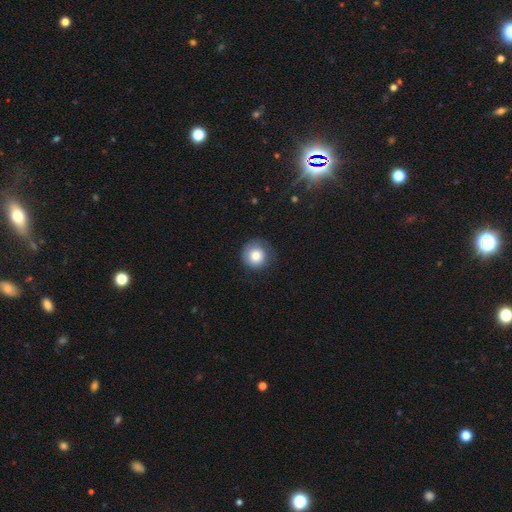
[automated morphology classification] smooth-or-featured: smooth: 80% | featured or disk: 11% | star or artifact: 8%
  how-rounded: round: 94% | in between: 5% | cigar-shaped: 1%
  merging: none: 75% | minor disturbance: 17% | major disturbance: 7% | merger: 1%